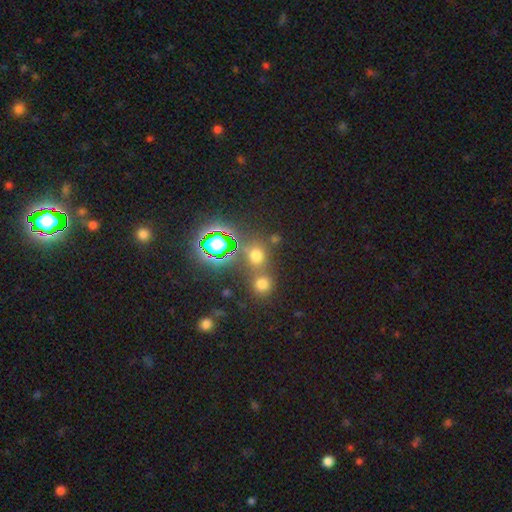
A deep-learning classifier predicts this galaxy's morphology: type=smooth (56%); roundness=round (77%); merging=none (63%).